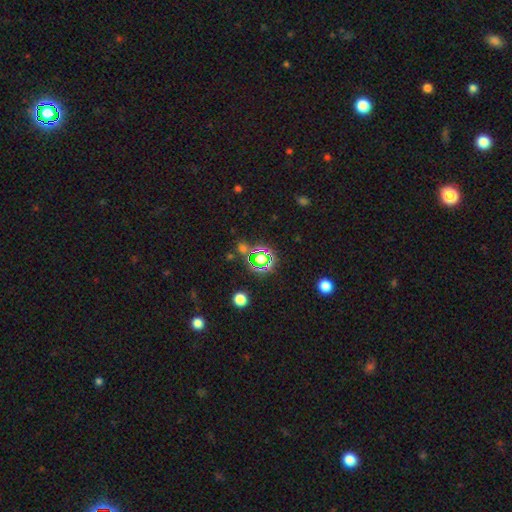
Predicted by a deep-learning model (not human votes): The model was most divided on "smooth or featured": star or artifact: 74%, smooth: 18%, featured or disk: 8%.